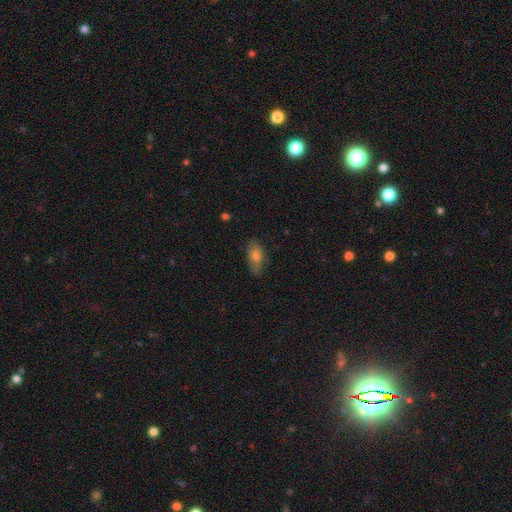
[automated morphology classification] Smooth or featured? Predicted: smooth (p=0.67). How rounded? Predicted: in between (p=0.81). Merging? Predicted: none (p=0.74).